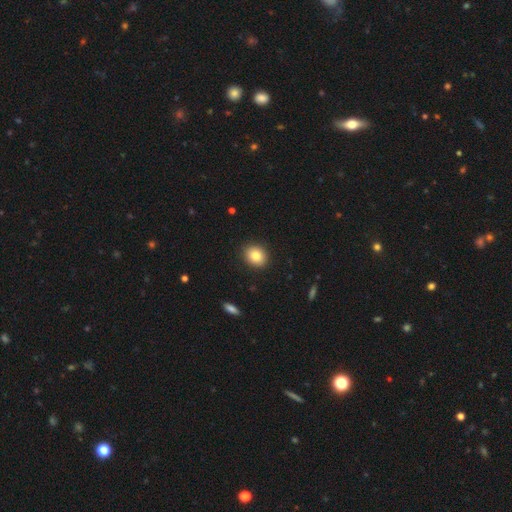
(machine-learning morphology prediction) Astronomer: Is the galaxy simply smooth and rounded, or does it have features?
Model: smooth — 84%.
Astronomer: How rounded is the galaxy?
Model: round — 62%.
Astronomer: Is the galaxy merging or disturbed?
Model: none — 90%.